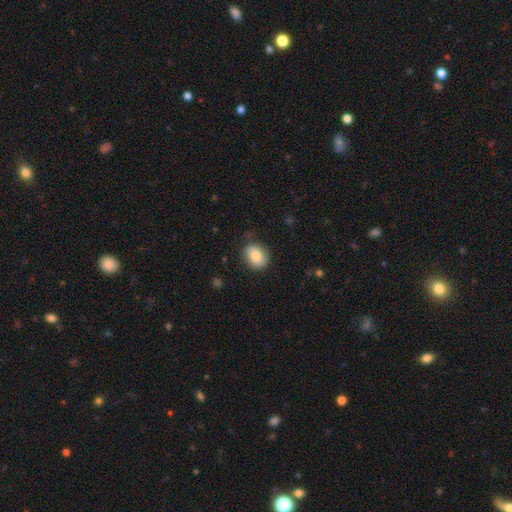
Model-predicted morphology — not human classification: type=smooth (81%); roundness=in between (56%); merging=none (77%).